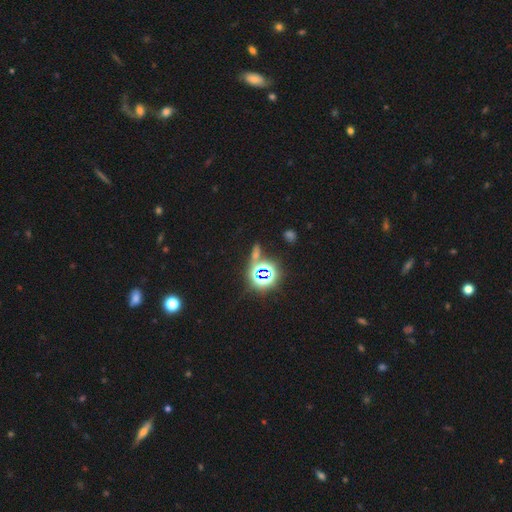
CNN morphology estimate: Q: Smooth or featured?
A: star or artifact (72%); runner-up: smooth (18%)